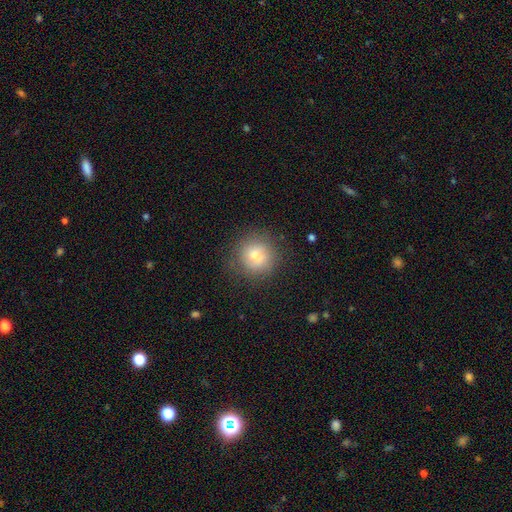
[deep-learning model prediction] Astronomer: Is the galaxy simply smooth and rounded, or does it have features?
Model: smooth — 74%.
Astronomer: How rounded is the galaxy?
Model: round — 91%.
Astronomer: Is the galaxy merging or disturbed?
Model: none — 84%.